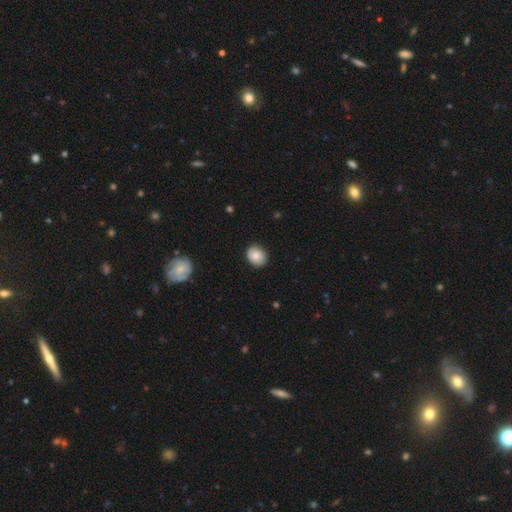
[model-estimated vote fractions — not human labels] Smooth or featured: smooth — 79% (featured or disk — 13%)
How rounded: round — 61% (in between — 38%)
Merging: none — 83% (minor disturbance — 14%)